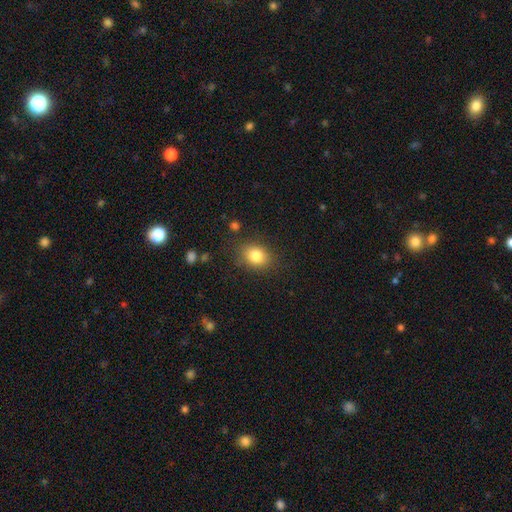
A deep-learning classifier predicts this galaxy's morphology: The model was most divided on "how rounded": in between: 53%, round: 46%, cigar-shaped: 1%. More confident: merging — none (83%); smooth or featured — smooth (82%).